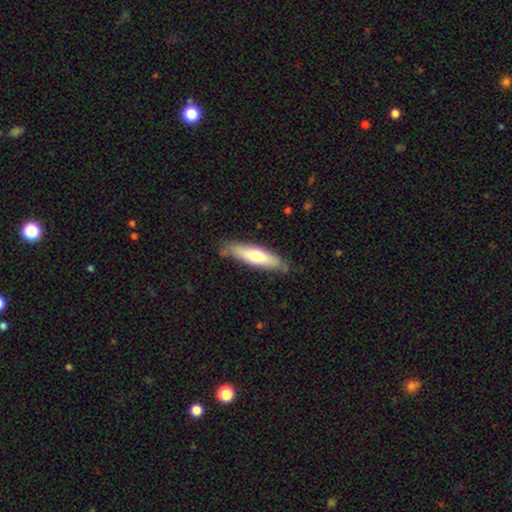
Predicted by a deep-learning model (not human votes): Q: Smooth or featured?
A: smooth (62%); runner-up: featured or disk (33%)
Q: How rounded?
A: cigar-shaped (69%); runner-up: in between (29%)
Q: Merging?
A: none (76%); runner-up: minor disturbance (18%)